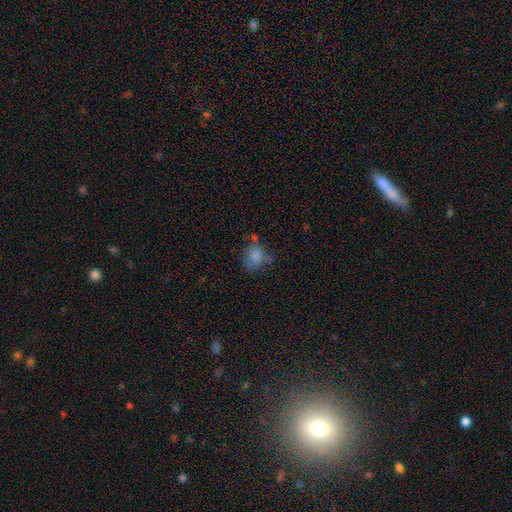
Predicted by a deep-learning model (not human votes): Q: Smooth or featured?
A: smooth (79%); runner-up: star or artifact (11%)
Q: How rounded?
A: round (56%); runner-up: in between (43%)
Q: Merging?
A: none (50%); runner-up: minor disturbance (27%)